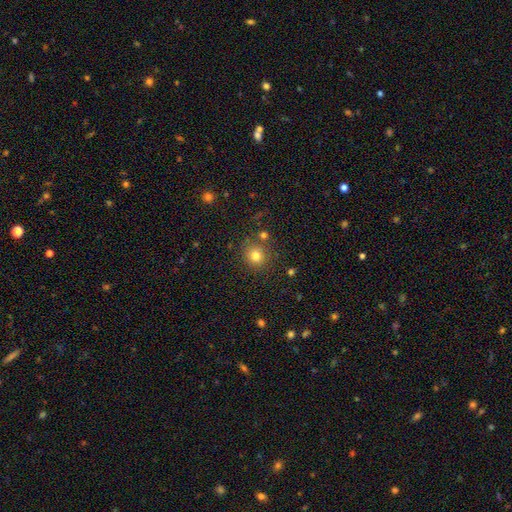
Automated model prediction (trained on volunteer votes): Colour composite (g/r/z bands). It shows a smooth galaxy with no disk features (79%) that is round (89%). Merging: none (82%).